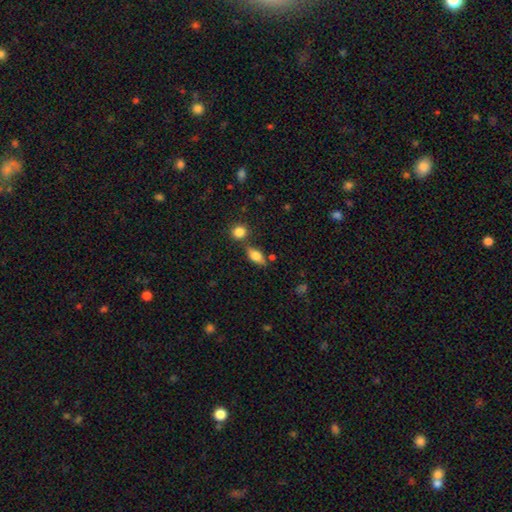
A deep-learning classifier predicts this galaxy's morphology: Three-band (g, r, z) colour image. It shows a smooth galaxy with no disk features (72%) that is in between round and cigar-shaped (78%). Merging: none (67%).